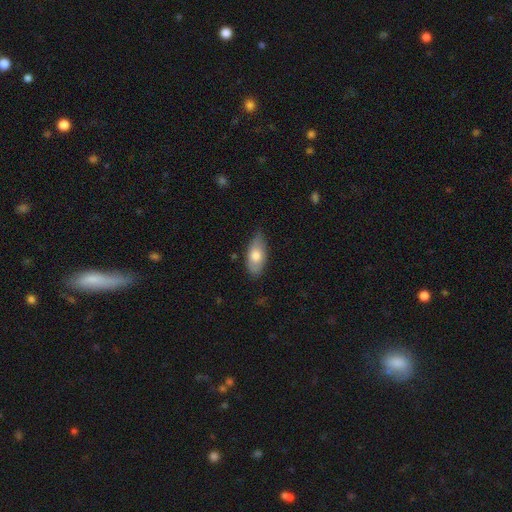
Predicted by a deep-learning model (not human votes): Overall: smooth (74%). How rounded: in between (88%). Merging: none (70%).